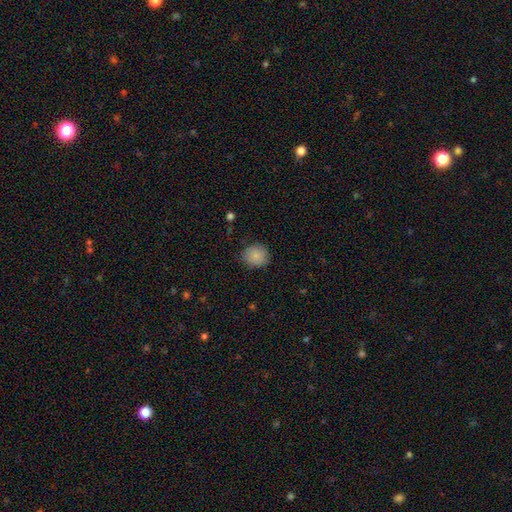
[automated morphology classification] A smooth galaxy with no disk features (86%) that is round (83%). Merging: none (83%).